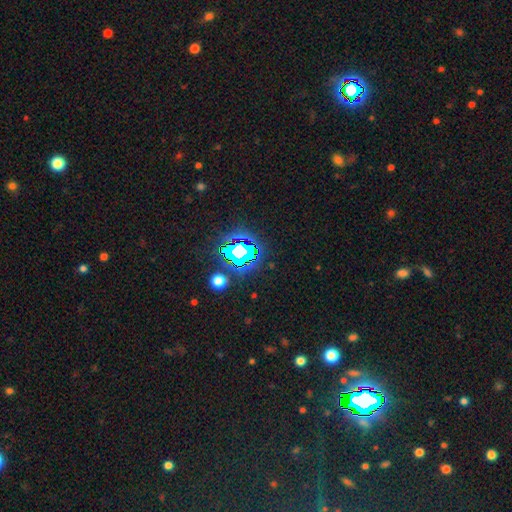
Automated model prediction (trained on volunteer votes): Morphology: type=star or artifact (83%).